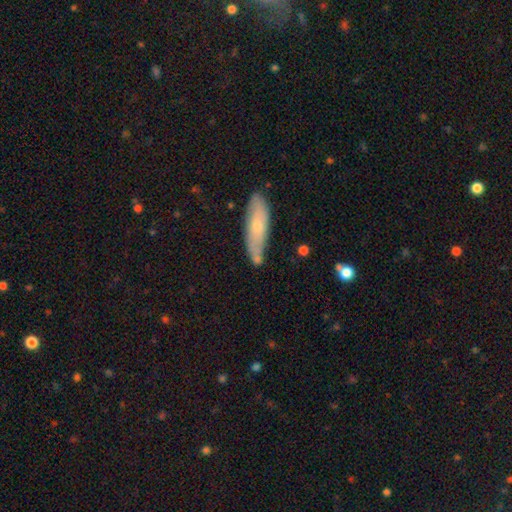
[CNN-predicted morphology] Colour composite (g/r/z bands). It shows a smooth galaxy with no disk features (49%). Merging: none (77%).